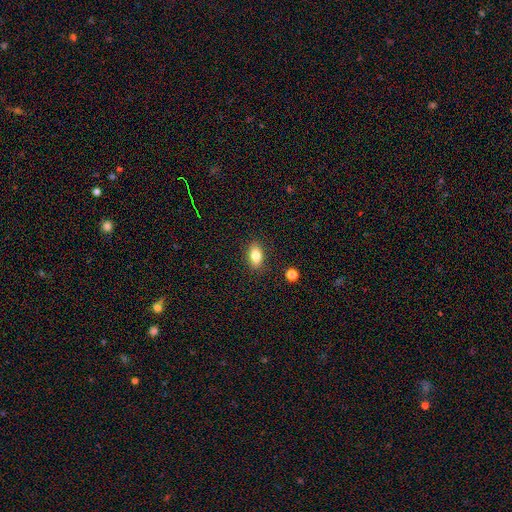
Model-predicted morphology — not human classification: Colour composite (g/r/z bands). It shows a smooth galaxy with no disk features (81%) that is in between round and cigar-shaped (87%). Merging: none (87%).